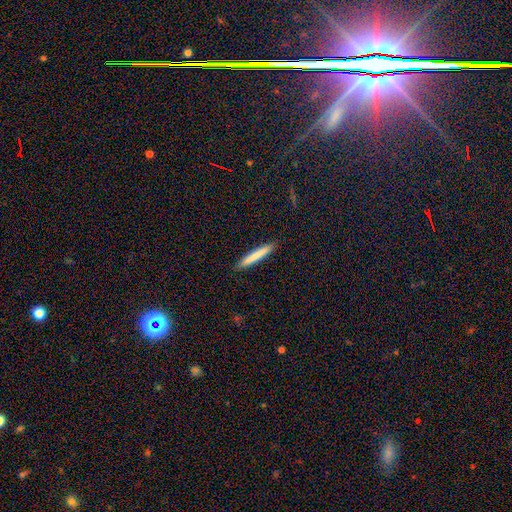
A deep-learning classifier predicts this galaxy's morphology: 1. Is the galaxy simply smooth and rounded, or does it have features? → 77% smooth, 18% featured or disk, 6% star or artifact.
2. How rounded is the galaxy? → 96% cigar-shaped, 3% in between, 1% round.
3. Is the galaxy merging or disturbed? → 92% none, 6% minor disturbance, 1% major disturbance, 1% merger.